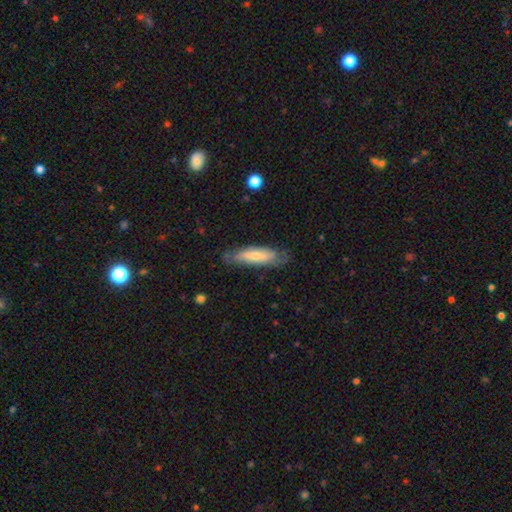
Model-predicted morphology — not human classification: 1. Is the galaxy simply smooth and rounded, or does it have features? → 52% smooth, 42% featured or disk, 6% star or artifact.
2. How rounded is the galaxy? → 58% cigar-shaped, 40% in between, 2% round.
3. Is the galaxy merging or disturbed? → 72% none, 21% minor disturbance, 6% major disturbance, 1% merger.